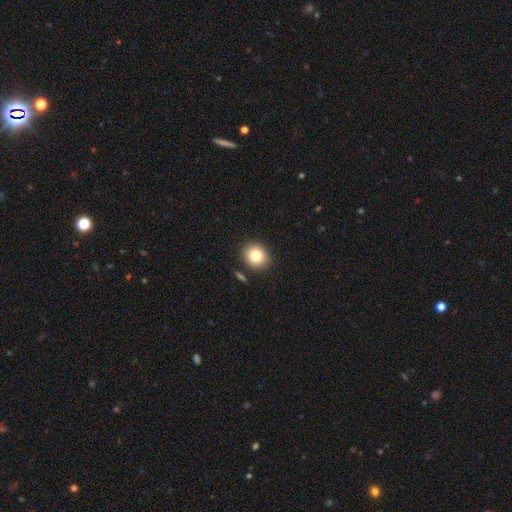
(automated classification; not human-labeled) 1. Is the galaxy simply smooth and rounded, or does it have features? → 80% smooth, 10% star or artifact, 9% featured or disk.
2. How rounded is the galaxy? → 76% round, 23% in between, 1% cigar-shaped.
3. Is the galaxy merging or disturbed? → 85% none, 8% minor disturbance, 4% merger, 2% major disturbance.